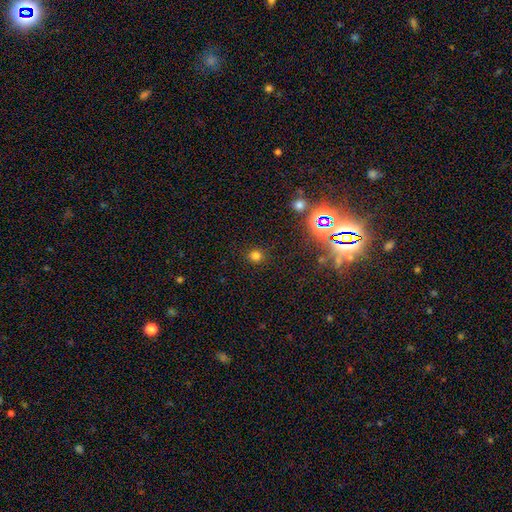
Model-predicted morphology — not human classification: smooth 74%, star or artifact 21%, featured or disk 6%. Down the decision tree: how rounded — round (87%); merging — none (87%).